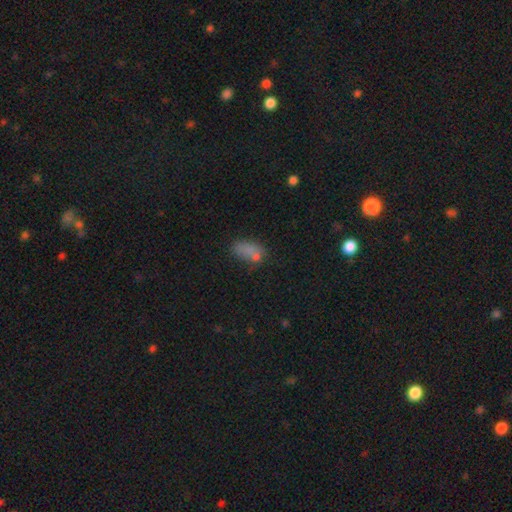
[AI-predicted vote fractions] This is likely a smooth galaxy (70%). How rounded: clearly in between (86%). Merging: possibly none (47%).